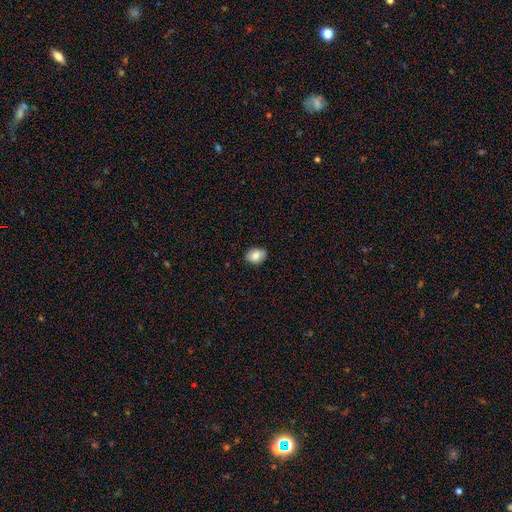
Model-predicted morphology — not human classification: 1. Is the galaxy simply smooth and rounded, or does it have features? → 85% smooth, 8% star or artifact, 7% featured or disk.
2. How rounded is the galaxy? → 64% in between, 35% round, 1% cigar-shaped.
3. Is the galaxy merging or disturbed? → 85% none, 12% minor disturbance, 2% major disturbance, 1% merger.